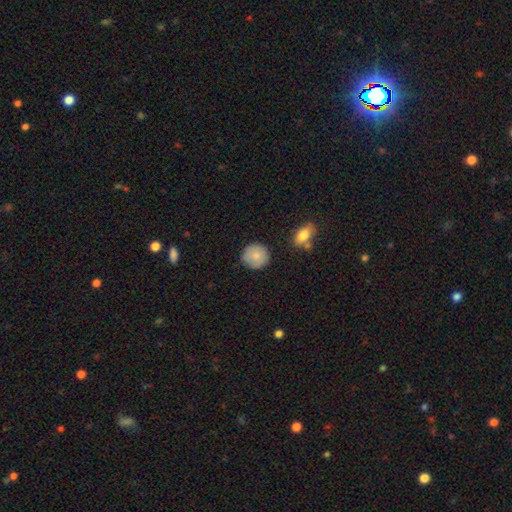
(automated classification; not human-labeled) smooth 81%, featured or disk 13%, star or artifact 7%. Down the decision tree: how rounded — round (91%); merging — none (85%).